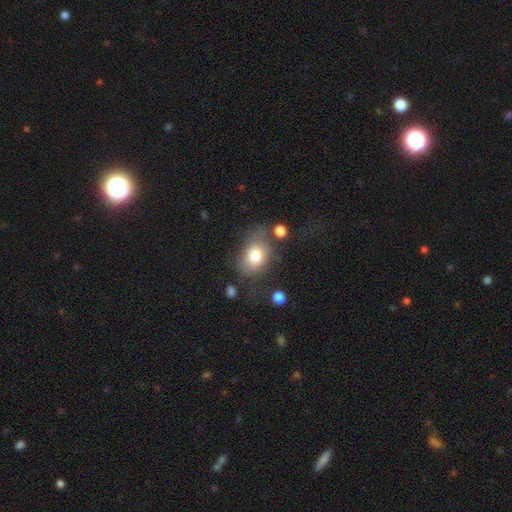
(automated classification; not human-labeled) Smooth or featured?
  - smooth: 78% *
  - featured or disk: 13%
  - star or artifact: 9%
How rounded?
  - in between: 65% *
  - round: 33%
  - cigar-shaped: 1%
Merging?
  - none: 53% *
  - minor disturbance: 25%
  - major disturbance: 15%
  - merger: 7%